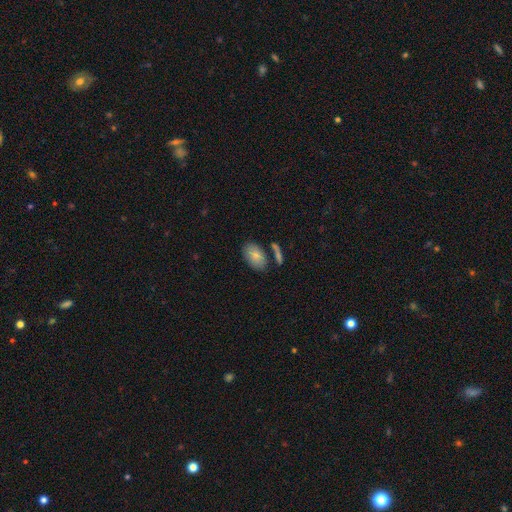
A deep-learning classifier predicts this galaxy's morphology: Smooth or featured?
  - smooth: 79% *
  - featured or disk: 14%
  - star or artifact: 7%
How rounded?
  - in between: 91% *
  - round: 7%
  - cigar-shaped: 2%
Merging?
  - none: 68% *
  - minor disturbance: 14%
  - merger: 13%
  - major disturbance: 4%